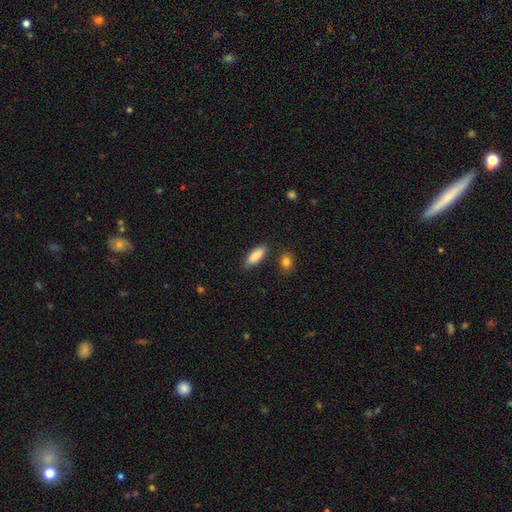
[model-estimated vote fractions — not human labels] Morphology: type=smooth (86%); roundness=in between (70%); merging=none (82%).